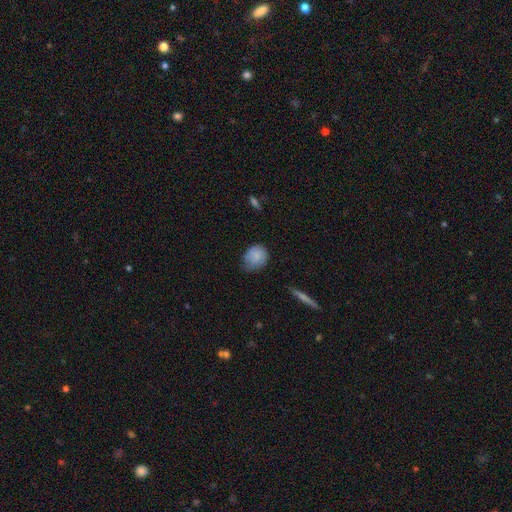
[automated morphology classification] Smooth or featured? smooth (80%)
How rounded? round (59%)
Merging? none (56%)